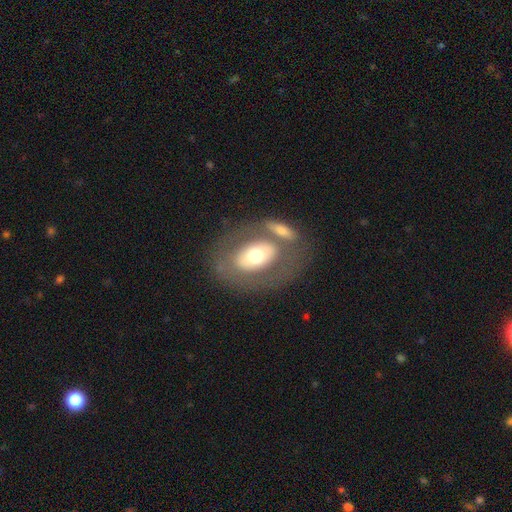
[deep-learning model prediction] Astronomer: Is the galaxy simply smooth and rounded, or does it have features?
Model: smooth — 50% (runner-up: featured or disk, 43%).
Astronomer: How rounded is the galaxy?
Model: in between — 81%.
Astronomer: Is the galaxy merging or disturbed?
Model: none — 53%.